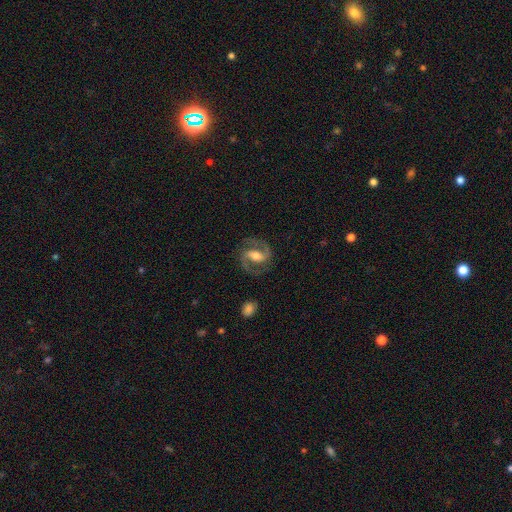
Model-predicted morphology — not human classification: Smooth or featured?
  - featured or disk: 90% *
  - smooth: 5%
  - star or artifact: 5%
Edge-on disk?
  - no: 98% *
  - yes: 2%
Bar?
  - strong: 45% *
  - weak: 38%
  - no: 17%
Spiral arms?
  - yes: 97% *
  - no: 3%
Spiral winding?
  - medium: 65% *
  - tight: 21%
  - loose: 14%
Spiral arm count?
  - 2: 94% *
  - can't tell: 2%
  - 1: 1%
  - 3: 1%
  - 4: 1%
  - more than 4: 1%
Bulge size?
  - moderate: 65% *
  - small: 20%
  - large: 12%
  - none: 2%
  - dominant: 1%
Merging?
  - none: 83% *
  - minor disturbance: 11%
  - major disturbance: 5%
  - merger: 1%